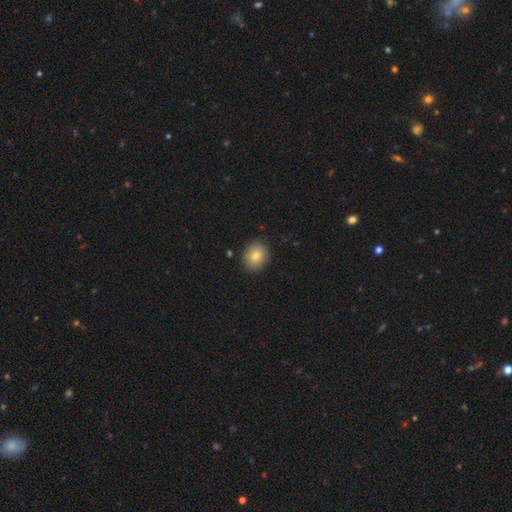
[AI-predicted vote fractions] Smooth or featured?
  - smooth: 80% *
  - featured or disk: 11%
  - star or artifact: 9%
How rounded?
  - round: 65% *
  - in between: 35%
  - cigar-shaped: 1%
Merging?
  - none: 84% *
  - minor disturbance: 12%
  - major disturbance: 3%
  - merger: 1%